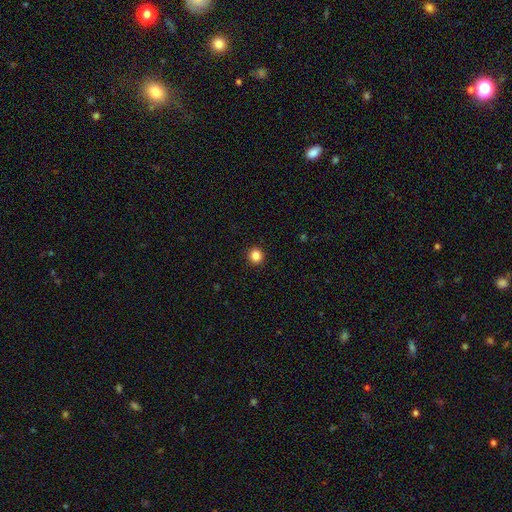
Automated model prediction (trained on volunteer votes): smooth_or_featured: smooth (p=0.85) [alt: star or artifact p=0.11]
how_rounded: round (p=0.94) [alt: in between p=0.05]
merging: none (p=0.93) [alt: minor disturbance p=0.04]